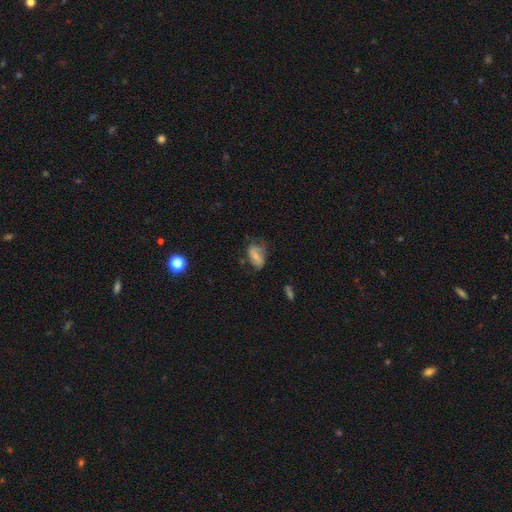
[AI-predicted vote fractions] Smooth or featured? smooth (51%)
How rounded? in between (86%)
Merging? none (42%)